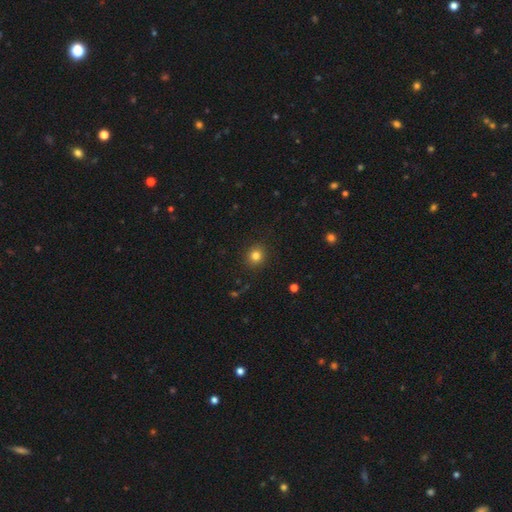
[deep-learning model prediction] Smooth or featured: smooth — 82% (star or artifact — 12%)
How rounded: round — 84% (in between — 15%)
Merging: none — 90% (minor disturbance — 6%)